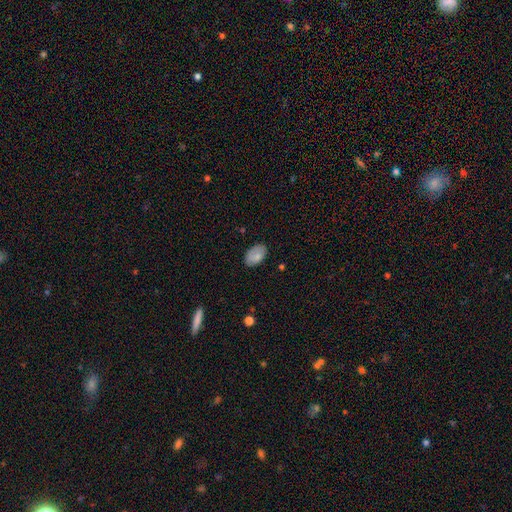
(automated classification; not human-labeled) smooth 81%, featured or disk 12%, star or artifact 7%. Down the decision tree: how rounded — in between (92%); merging — none (79%).